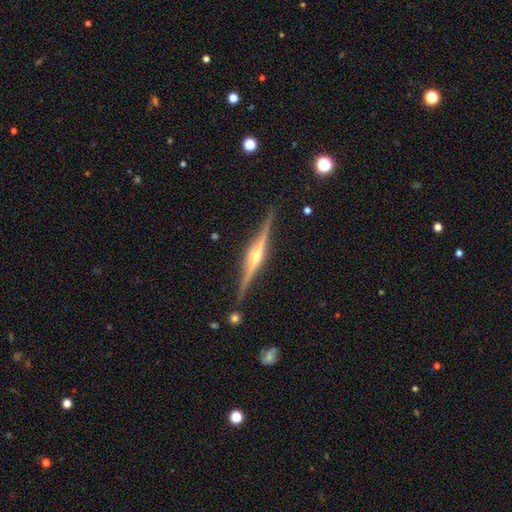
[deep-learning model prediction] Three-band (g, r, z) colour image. It shows a featured or disk galaxy (87%) viewed edge-on (98%) with a rounded central bulge (87%). Merging: none (88%).